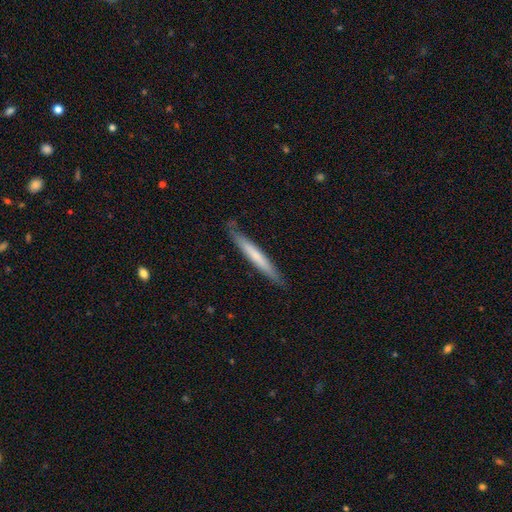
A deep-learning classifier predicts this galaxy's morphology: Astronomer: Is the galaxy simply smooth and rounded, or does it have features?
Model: smooth — 58% (runner-up: featured or disk, 37%).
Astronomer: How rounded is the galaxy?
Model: cigar-shaped — 96%.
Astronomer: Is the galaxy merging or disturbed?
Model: none — 82%.